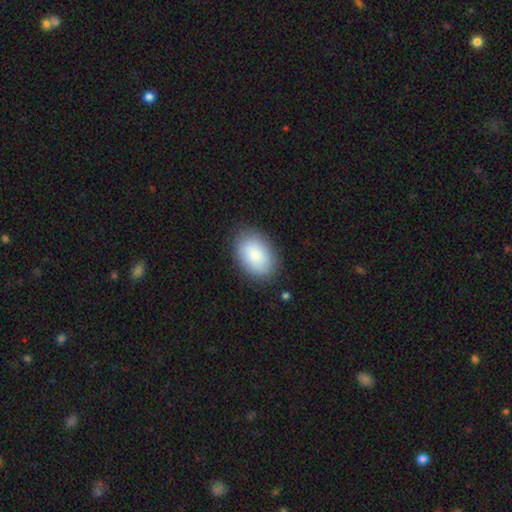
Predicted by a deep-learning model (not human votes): The model was most divided on "how rounded": in between: 86%, round: 13%, cigar-shaped: 1%. More confident: smooth or featured — smooth (86%); merging — none (84%).